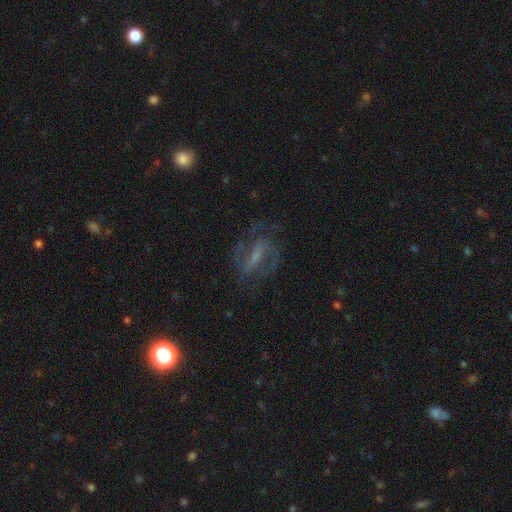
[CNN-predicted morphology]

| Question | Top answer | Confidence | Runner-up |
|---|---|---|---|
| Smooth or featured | featured or disk | 77% | smooth (12%) |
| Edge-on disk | no | 94% | yes (6%) |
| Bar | strong | 49% | weak (36%) |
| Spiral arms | yes | 91% | no (9%) |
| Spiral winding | medium | 55% | tight (23%) |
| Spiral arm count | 2 | 78% | can't tell (10%) |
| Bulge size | small | 40% | none (32%) |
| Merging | none | 70% | minor disturbance (15%) |